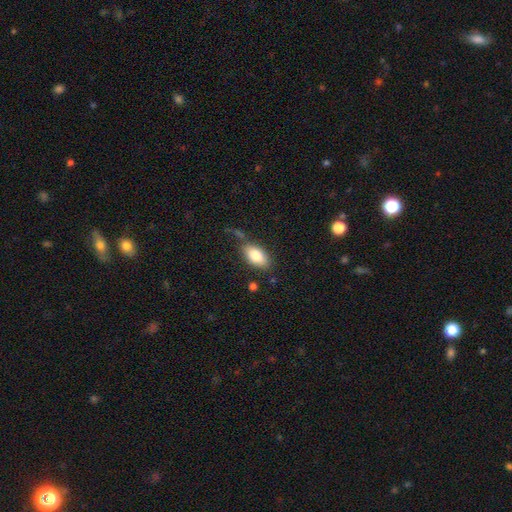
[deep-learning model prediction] Morphology: type=smooth (82%); roundness=in between (92%); merging=none (73%).